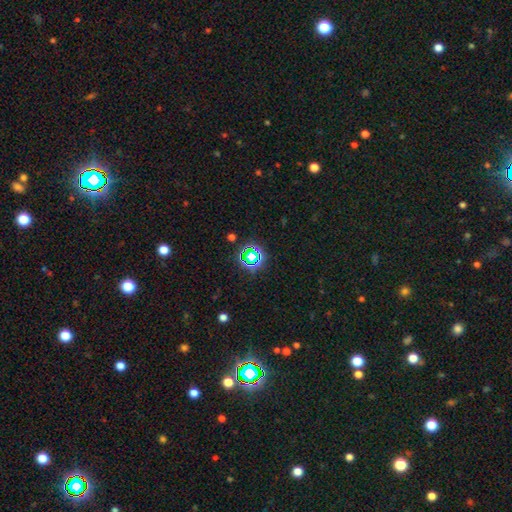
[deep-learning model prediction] Overall: star or artifact (73%).